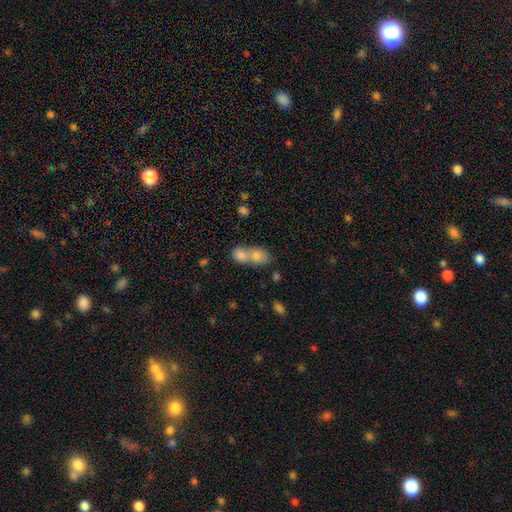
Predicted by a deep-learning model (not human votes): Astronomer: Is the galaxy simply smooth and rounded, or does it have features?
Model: smooth — 73%.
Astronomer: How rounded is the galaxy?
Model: in between — 56% (runner-up: round, 41%).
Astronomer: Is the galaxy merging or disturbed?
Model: merger — 72%.